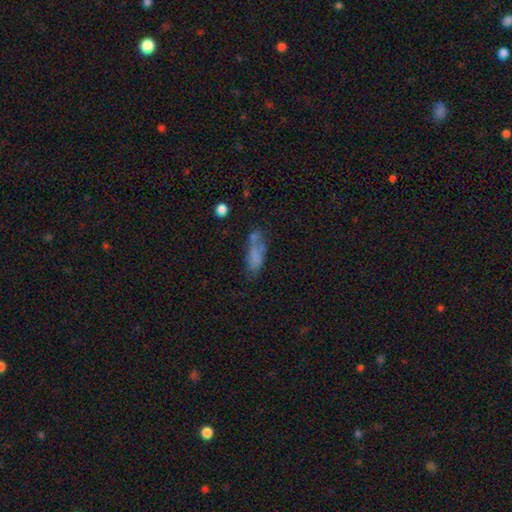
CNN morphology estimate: This is likely a smooth galaxy (65%). How rounded: likely in between (70%). Merging: marginally none (43%).